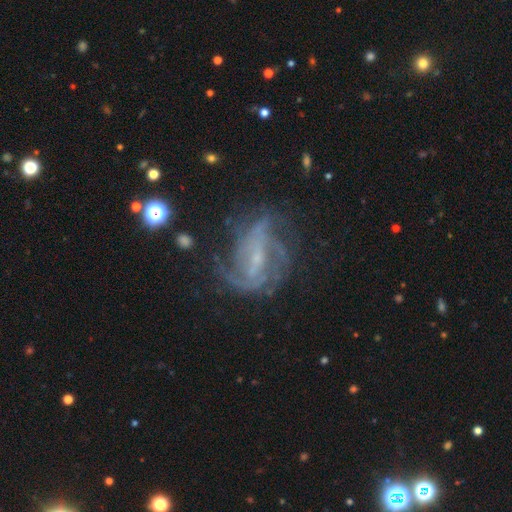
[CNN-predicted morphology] A featured or disk galaxy (81%) with a weak bar (44%), 2 (36%) medium (45%) spiral arms (91%) and a small central bulge (66%).

Vote fractions:
- Smooth or featured? featured or disk: 81% / star or artifact: 10% / smooth: 8%
- Edge-on disk? no: 96% / yes: 4%
- Bar? weak: 44% / strong: 33% / no: 23%
- Spiral arms? yes: 91% / no: 9%
- Spiral winding? medium: 45% / tight: 28% / loose: 26%
- Spiral arm count? 2: 36% / can't tell: 26% / 3: 19% / 4: 8% / 1: 6% / more than 4: 5%
- Bulge size? small: 66% / moderate: 16% / none: 15% / large: 1% / dominant: 1%
- Merging? none: 60% / minor disturbance: 19% / major disturbance: 18% / merger: 3%